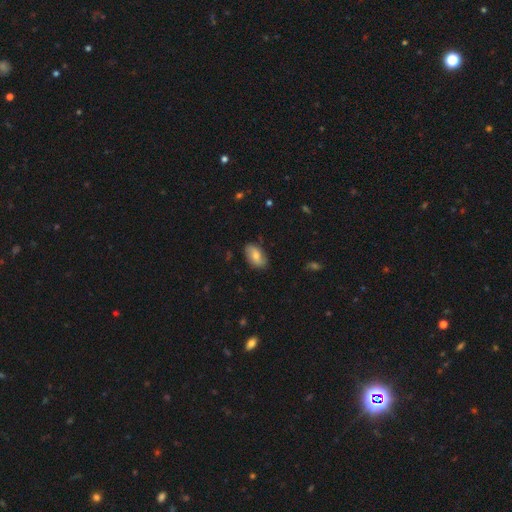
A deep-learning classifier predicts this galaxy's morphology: Overall: smooth (62%; featured or disk 31%). How rounded: in between (92%). Merging: none (81%).